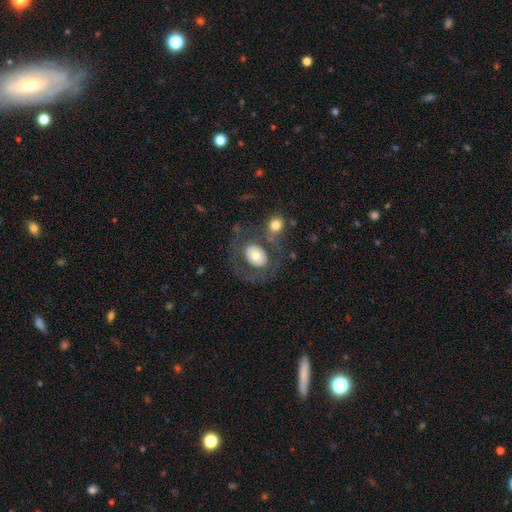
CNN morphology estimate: smooth-or-featured: smooth: 57% | featured or disk: 35% | star or artifact: 7%
  how-rounded: in between: 56% | round: 43% | cigar-shaped: 1%
  merging: none: 58% | major disturbance: 14% | merger: 14% | minor disturbance: 13%